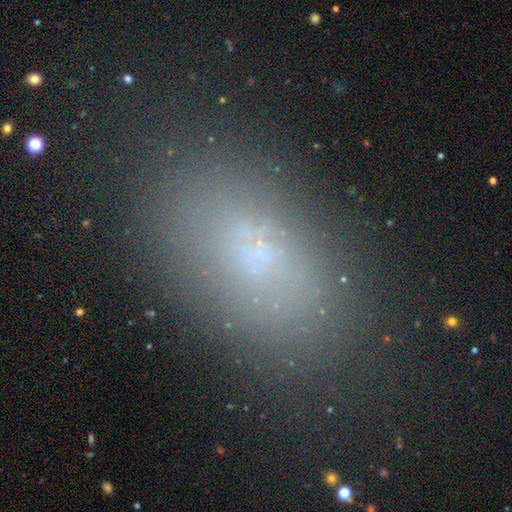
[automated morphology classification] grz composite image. It shows a smooth galaxy with no disk features (67%) that is in between round and cigar-shaped (88%). Merging: none (78%).